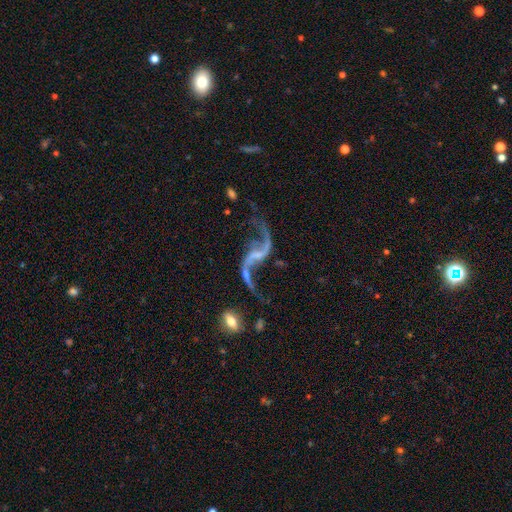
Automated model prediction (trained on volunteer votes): This appears to be a featured or disk galaxy (90%) with no bar (41%), 2 (93%) loose (94%) spiral arms (95%) and a small central bulge (49%). Merging: none (56%).